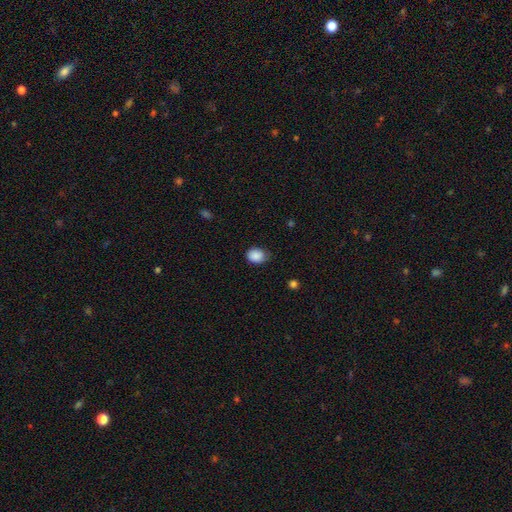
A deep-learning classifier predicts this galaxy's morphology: Q: Smooth or featured?
A: smooth (88%); runner-up: star or artifact (8%)
Q: How rounded?
A: round (52%); runner-up: in between (47%)
Q: Merging?
A: none (67%); runner-up: minor disturbance (27%)